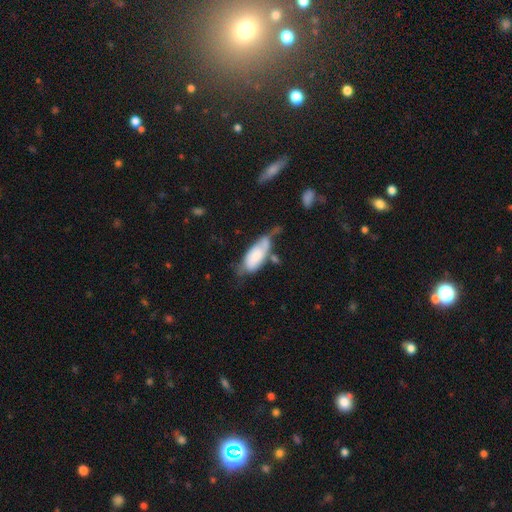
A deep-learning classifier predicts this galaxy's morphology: smooth_or_featured: smooth (p=0.66) [alt: featured or disk p=0.27]
how_rounded: in between (p=0.85) [alt: cigar-shaped p=0.13]
merging: minor disturbance (p=0.34) [alt: none p=0.26]